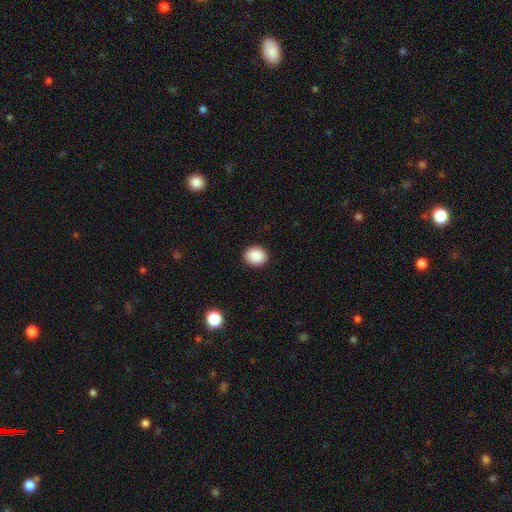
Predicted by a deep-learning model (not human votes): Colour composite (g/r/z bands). It shows a smooth galaxy with no disk features (89%) that is round (65%). Merging: none (91%).